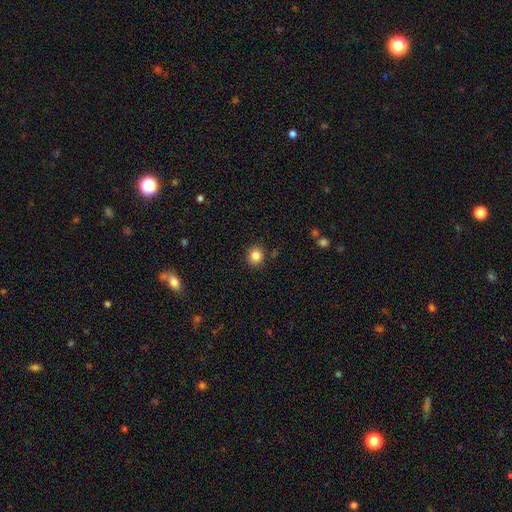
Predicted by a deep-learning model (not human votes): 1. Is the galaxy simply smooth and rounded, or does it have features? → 84% smooth, 11% star or artifact, 5% featured or disk.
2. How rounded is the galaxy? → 87% round, 12% in between, 1% cigar-shaped.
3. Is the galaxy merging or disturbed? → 89% none, 7% minor disturbance, 2% major disturbance, 2% merger.